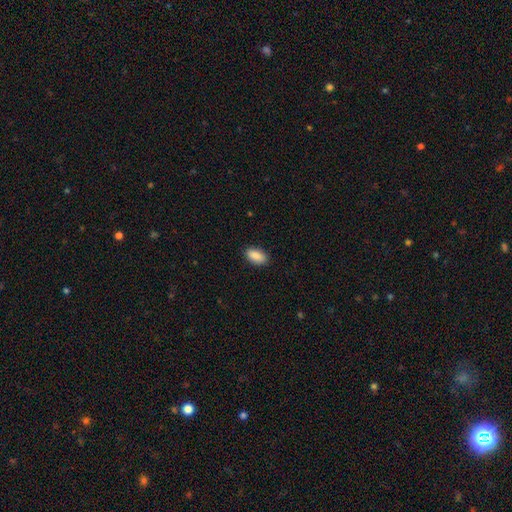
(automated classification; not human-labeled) The model was most divided on "merging": none: 88%, minor disturbance: 9%, major disturbance: 2%, merger: 1%. More confident: how rounded — in between (92%); smooth or featured — smooth (89%).